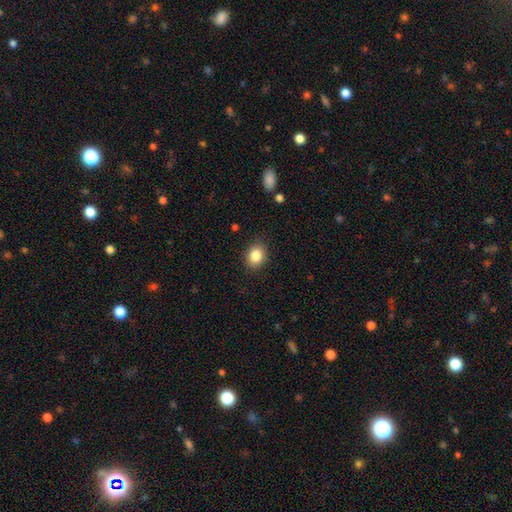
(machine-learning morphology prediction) smooth_or_featured: smooth (p=0.86) [alt: star or artifact p=0.09]
how_rounded: in between (p=0.51) [alt: round p=0.48]
merging: none (p=0.86) [alt: minor disturbance p=0.10]